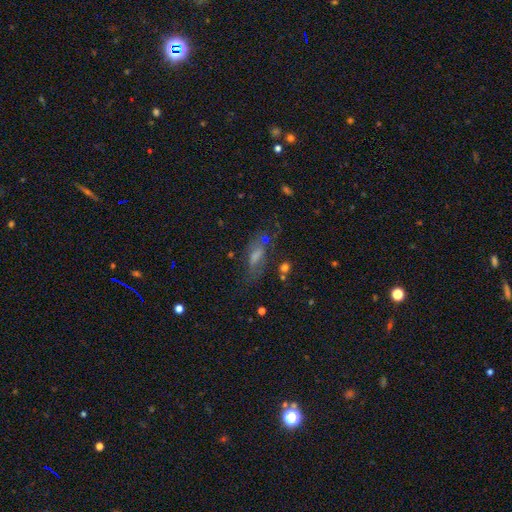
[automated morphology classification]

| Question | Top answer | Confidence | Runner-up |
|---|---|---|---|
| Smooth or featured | featured or disk | 42% | smooth (36%) |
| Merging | none | 58% | minor disturbance (20%) |